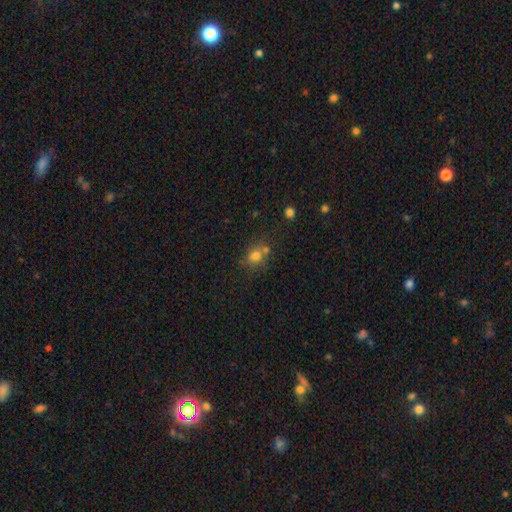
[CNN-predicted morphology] This appears to be a smooth galaxy with no disk features (73%) that is round (58%). Merging: none (51%).